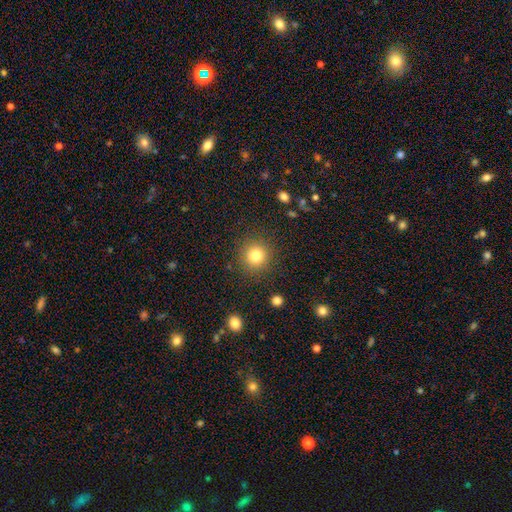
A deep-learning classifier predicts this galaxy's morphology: Smooth or featured: smooth — 81% (star or artifact — 12%)
How rounded: round — 93% (in between — 6%)
Merging: none — 88% (minor disturbance — 7%)